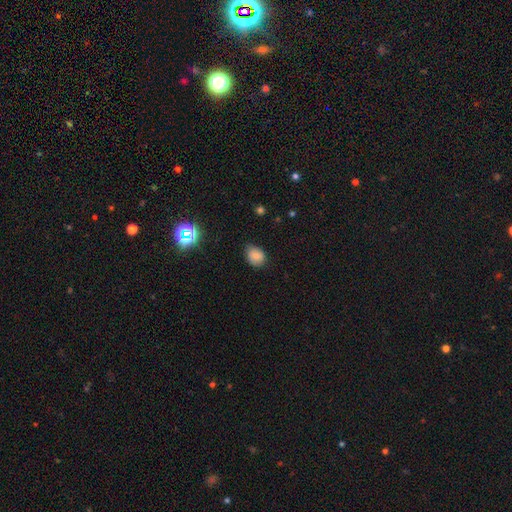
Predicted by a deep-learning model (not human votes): Overall: smooth (78%). How rounded: in between (58%; round 41%). Merging: none (69%).